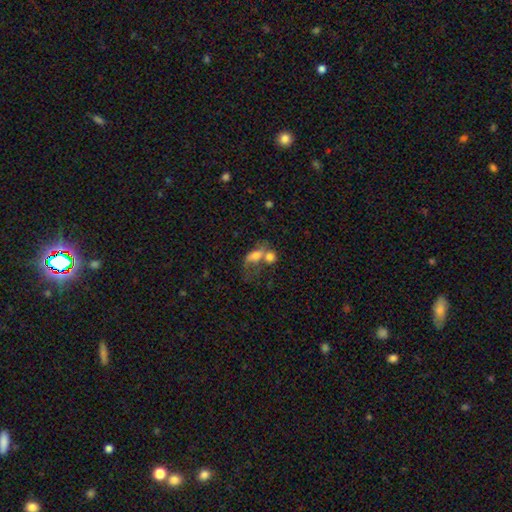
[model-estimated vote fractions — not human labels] smooth_or_featured: smooth (p=0.65) [alt: featured or disk p=0.24]
how_rounded: in between (p=0.73) [alt: round p=0.19]
merging: merger (p=0.56) [alt: none p=0.17]